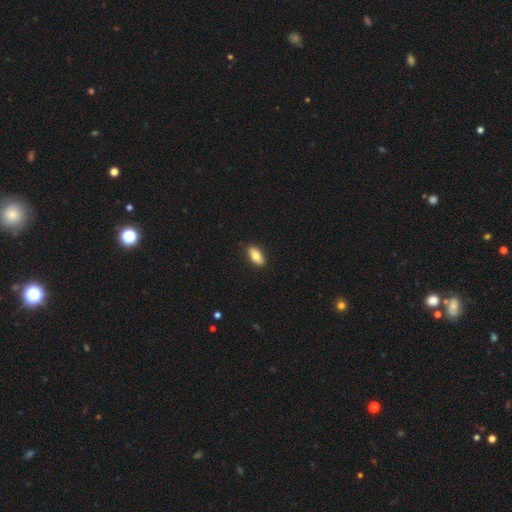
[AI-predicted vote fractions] Smooth or featured? Predicted: smooth (p=0.80). How rounded? Predicted: in between (p=0.86). Merging? Predicted: none (p=0.88).